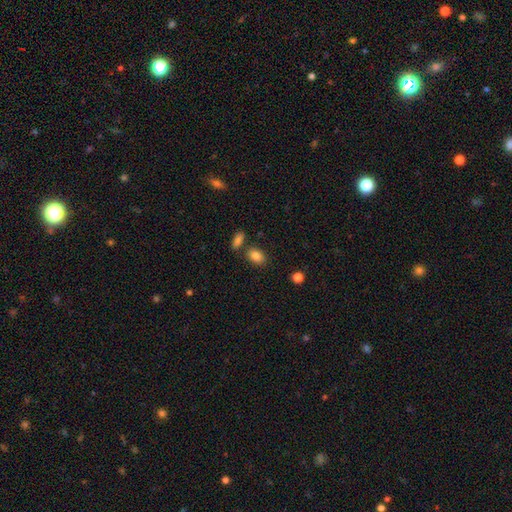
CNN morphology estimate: The model was most divided on "merging": none: 74%, merger: 12%, minor disturbance: 11%, major disturbance: 3%. More confident: smooth or featured — smooth (86%); how rounded — in between (83%).